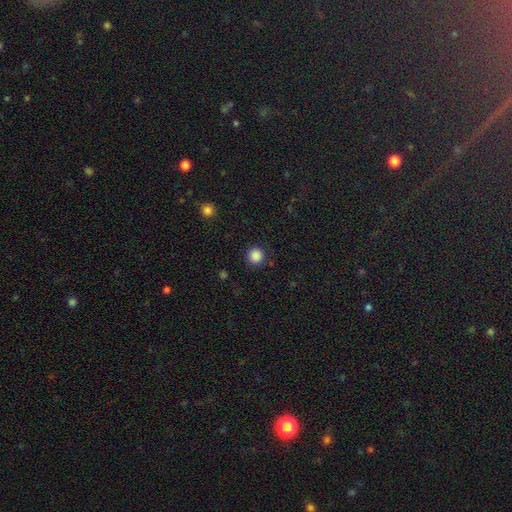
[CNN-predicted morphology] Smooth or featured: smooth — 87% (star or artifact — 11%)
How rounded: round — 94% (in between — 5%)
Merging: none — 90% (minor disturbance — 6%)